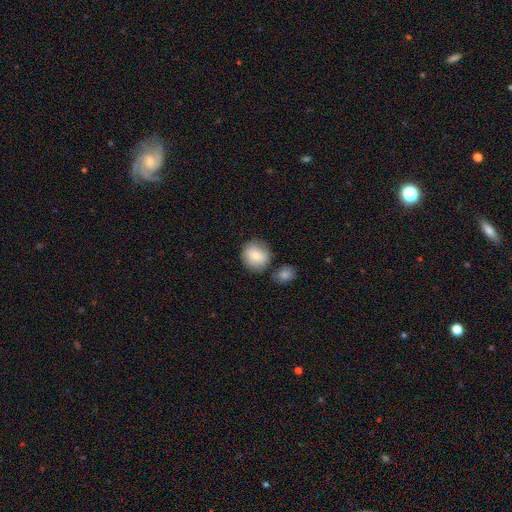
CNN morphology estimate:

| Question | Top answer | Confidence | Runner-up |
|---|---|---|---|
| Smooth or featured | smooth | 80% | featured or disk (13%) |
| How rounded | round | 87% | in between (12%) |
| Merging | none | 69% | minor disturbance (14%) |